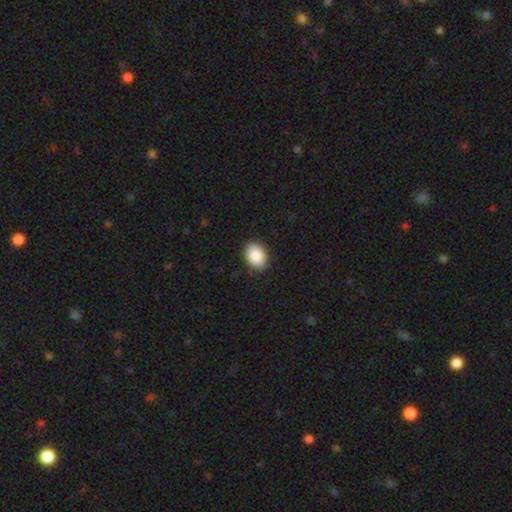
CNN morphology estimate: Smooth or featured? smooth (89%)
How rounded? in between (79%)
Merging? none (89%)